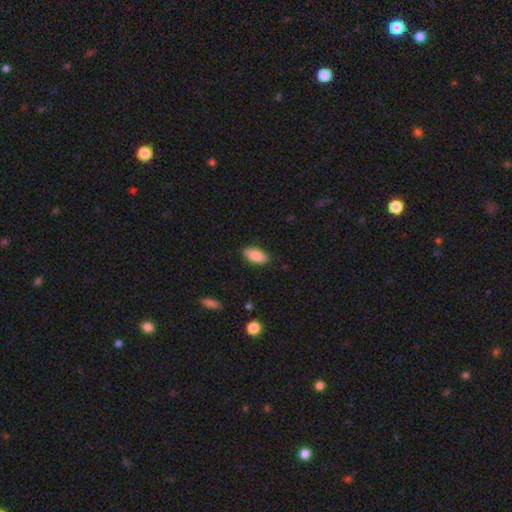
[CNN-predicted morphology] Q: Smooth or featured?
A: smooth (88%); runner-up: star or artifact (7%)
Q: How rounded?
A: in between (90%); runner-up: cigar-shaped (8%)
Q: Merging?
A: none (86%); runner-up: minor disturbance (11%)